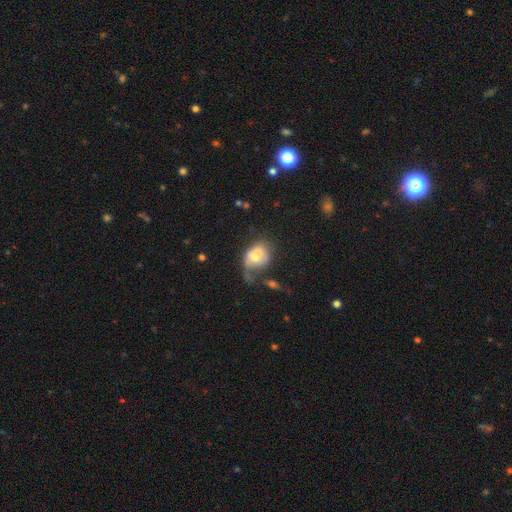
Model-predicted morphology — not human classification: Q: Smooth or featured?
A: smooth (61%); runner-up: featured or disk (31%)
Q: How rounded?
A: in between (67%); runner-up: round (31%)
Q: Merging?
A: major disturbance (33%); runner-up: minor disturbance (28%)